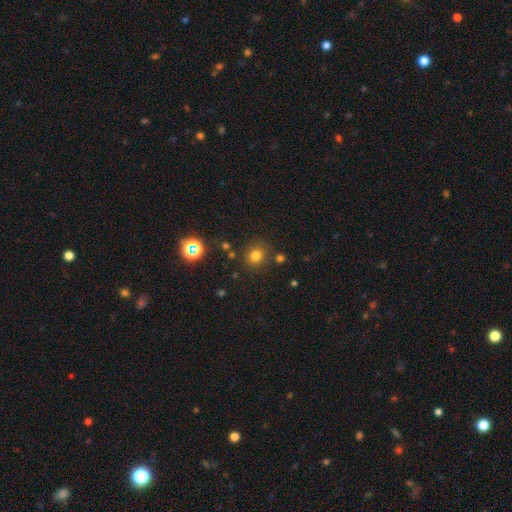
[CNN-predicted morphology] A smooth galaxy with no disk features (75%) that is round (82%).

Vote fractions:
- Smooth or featured? smooth: 75% / star or artifact: 19% / featured or disk: 7%
- How rounded? round: 82% / in between: 17% / cigar-shaped: 1%
- Merging? none: 82% / minor disturbance: 9% / merger: 5% / major disturbance: 4%